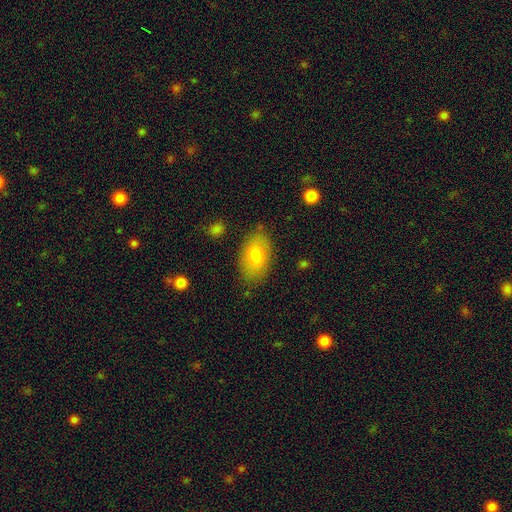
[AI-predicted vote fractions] Smooth or featured? Predicted: smooth (p=0.73). How rounded? Predicted: in between (p=0.90). Merging? Predicted: none (p=0.80).